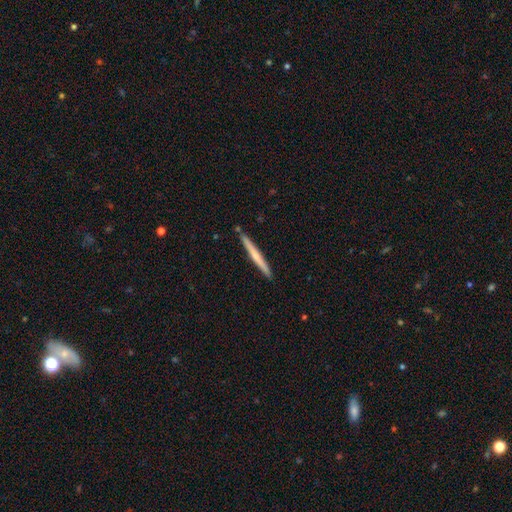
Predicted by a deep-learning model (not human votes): Smooth or featured? smooth (48%)
Merging? none (90%)